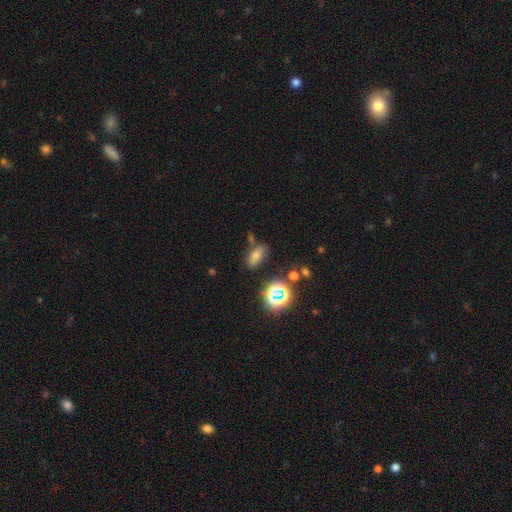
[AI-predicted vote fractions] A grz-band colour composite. It shows a smooth galaxy with no disk features (61%) that is in between round and cigar-shaped (75%). Merging: none (67%).